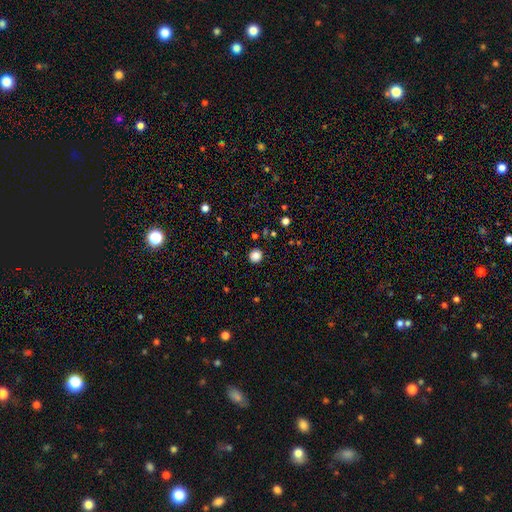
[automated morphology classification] The model was most divided on "smooth or featured": smooth: 85%, star or artifact: 12%, featured or disk: 4%. More confident: how rounded — round (92%); merging — none (91%).